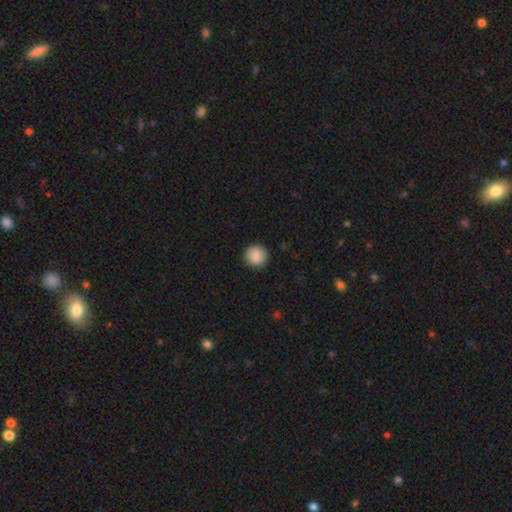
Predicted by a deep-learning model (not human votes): Morphology: type=smooth (88%); roundness=round (95%); merging=none (92%).